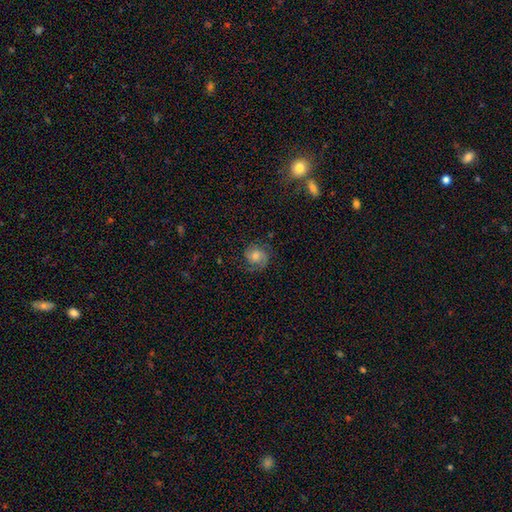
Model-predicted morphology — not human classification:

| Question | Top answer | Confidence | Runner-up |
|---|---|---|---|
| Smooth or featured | featured or disk | 57% | smooth (32%) |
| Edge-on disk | no | 98% | yes (2%) |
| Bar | no | 70% | weak (26%) |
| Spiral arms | yes | 92% | no (8%) |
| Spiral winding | medium | 42% | tight (41%) |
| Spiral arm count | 2 | 59% | 1 (22%) |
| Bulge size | moderate | 48% | small (22%) |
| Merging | none | 72% | minor disturbance (17%) |